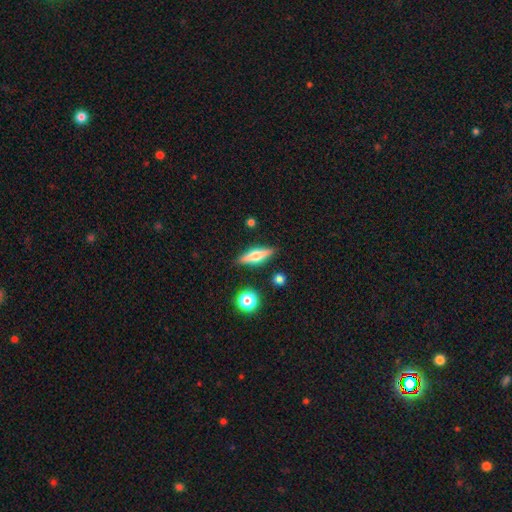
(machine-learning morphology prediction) featured or disk 52%, smooth 41%, star or artifact 7%. Down the decision tree: edge-on disk — yes (93%); merging — none (86%).